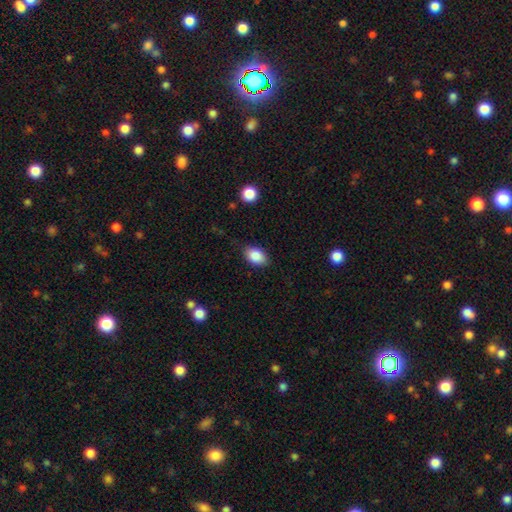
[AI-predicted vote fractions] Smooth or featured? Predicted: smooth (p=0.86). How rounded? Predicted: in between (p=0.84). Merging? Predicted: none (p=0.82).